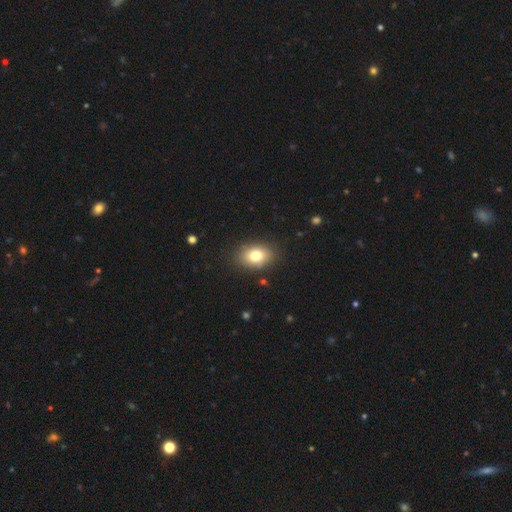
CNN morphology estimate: This is likely a smooth galaxy (78%). How rounded: likely in between (74%). Merging: clearly none (86%).